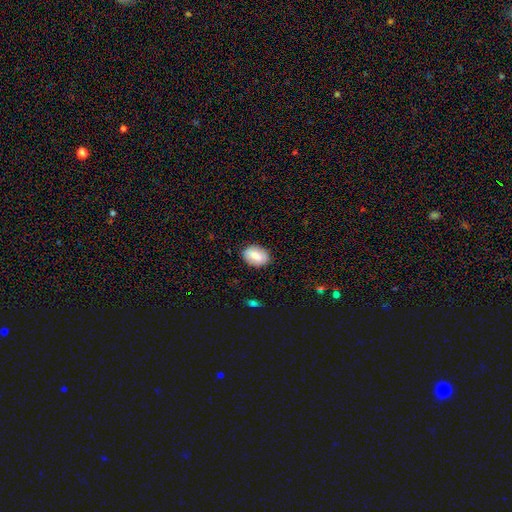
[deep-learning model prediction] A smooth galaxy with no disk features (74%) that is in between round and cigar-shaped (80%).

Vote fractions:
- Smooth or featured? smooth: 74% / featured or disk: 19% / star or artifact: 7%
- How rounded? in between: 80% / round: 19% / cigar-shaped: 1%
- Merging? none: 84% / minor disturbance: 12% / major disturbance: 3% / merger: 1%